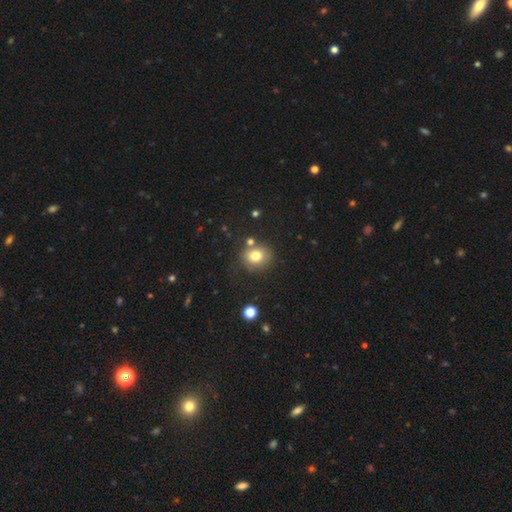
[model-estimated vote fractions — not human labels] Morphology: type=smooth (77%); roundness=round (72%); merging=none (71%).